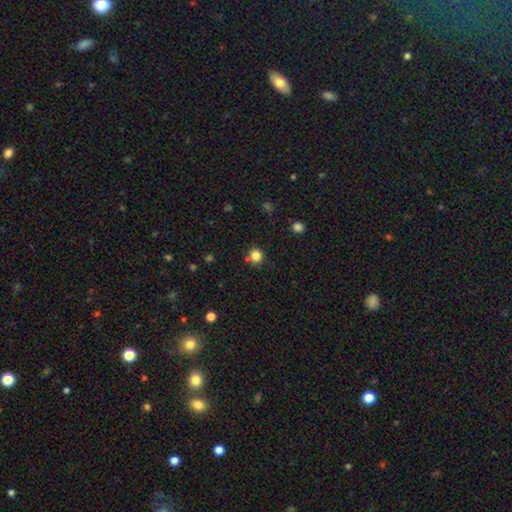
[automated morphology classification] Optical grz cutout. It shows a smooth galaxy with no disk features (83%) that is round (89%). Merging: none (80%).